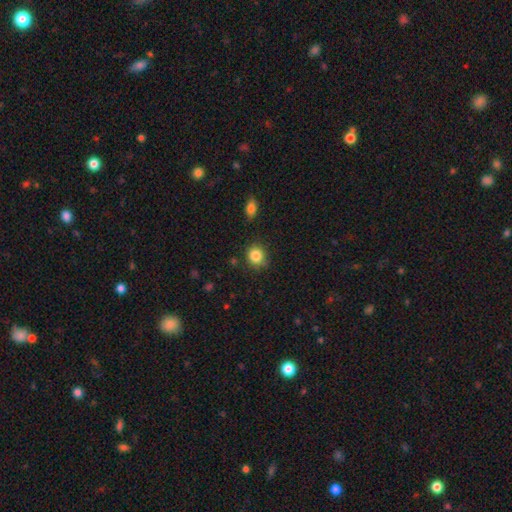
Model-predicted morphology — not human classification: Q: Smooth or featured?
A: smooth (85%); runner-up: star or artifact (10%)
Q: How rounded?
A: round (81%); runner-up: in between (18%)
Q: Merging?
A: none (79%); runner-up: minor disturbance (16%)